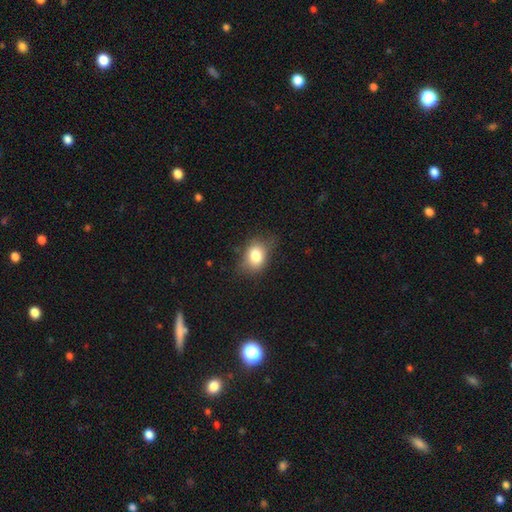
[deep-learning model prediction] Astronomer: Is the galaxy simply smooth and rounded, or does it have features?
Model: smooth — 79%.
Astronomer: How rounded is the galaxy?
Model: in between — 66%.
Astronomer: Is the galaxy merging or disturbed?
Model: none — 65%.